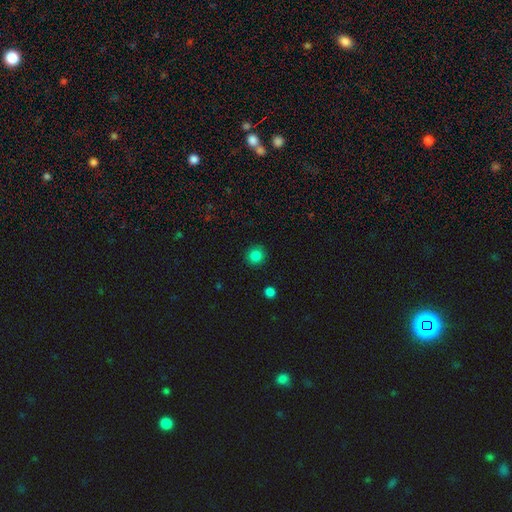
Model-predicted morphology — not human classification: Smooth or featured? Predicted: smooth (p=0.84). How rounded? Predicted: round (p=0.92). Merging? Predicted: none (p=0.92).